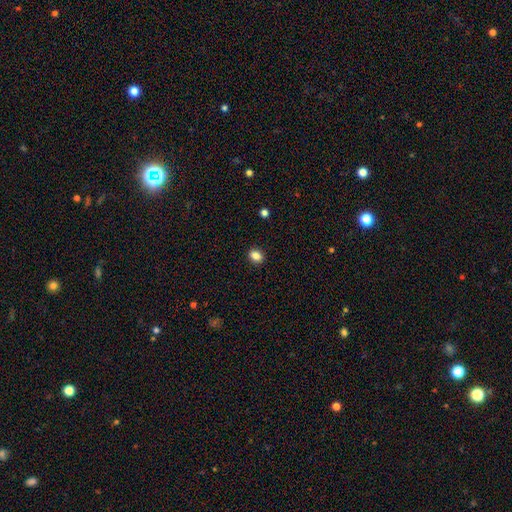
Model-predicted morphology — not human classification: The model was most divided on "how rounded" (2-way tie): in between: 49%, round: 49%, cigar-shaped: 1%. More confident: merging — none (90%); smooth or featured — smooth (85%).